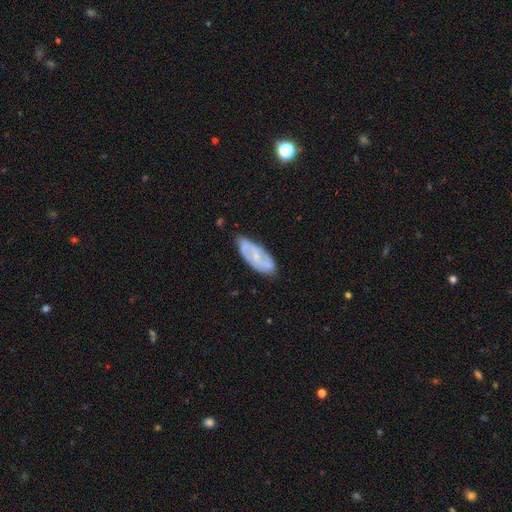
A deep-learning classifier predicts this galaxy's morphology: smooth-or-featured: featured or disk: 58% | smooth: 36% | star or artifact: 7%
  disk-edge-on: no: 88% | yes: 12%
    bar: no: 54% | weak: 34% | strong: 12%
    has-spiral-arms: yes: 64% | no: 36%
    bulge-size: small: 68% | moderate: 22% | none: 8% | large: 1% | dominant: 1%
  merging: none: 77% | minor disturbance: 18% | major disturbance: 4% | merger: 2%